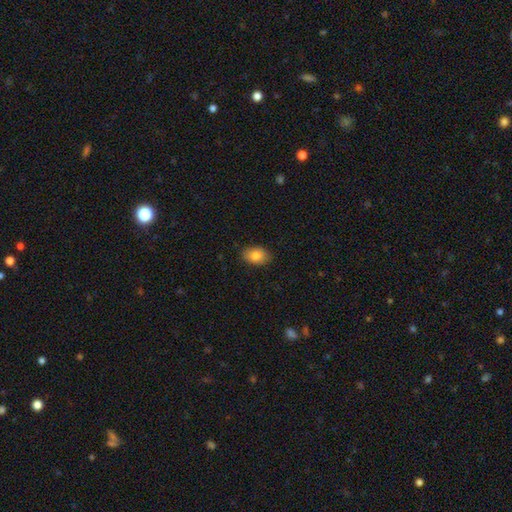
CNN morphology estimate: A smooth galaxy with no disk features (84%) that is in between round and cigar-shaped (83%). Merging: none (87%).